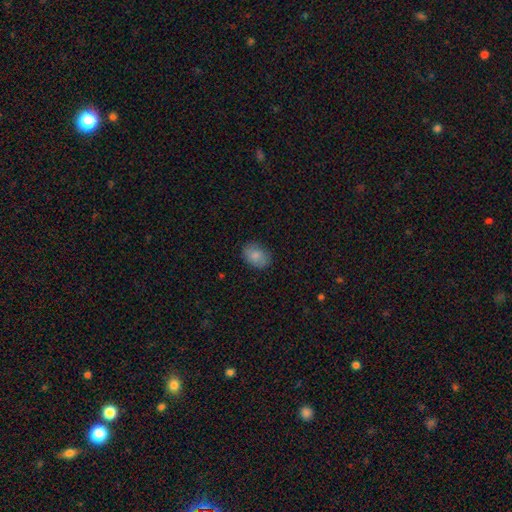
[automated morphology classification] type=smooth (84%); roundness=in between (74%); merging=none (82%).